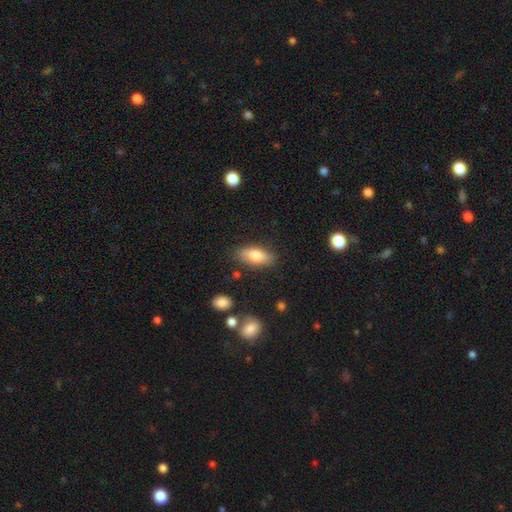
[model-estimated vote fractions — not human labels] Q: Smooth or featured?
A: smooth (74%); runner-up: featured or disk (19%)
Q: How rounded?
A: in between (78%); runner-up: cigar-shaped (19%)
Q: Merging?
A: none (82%); runner-up: minor disturbance (13%)